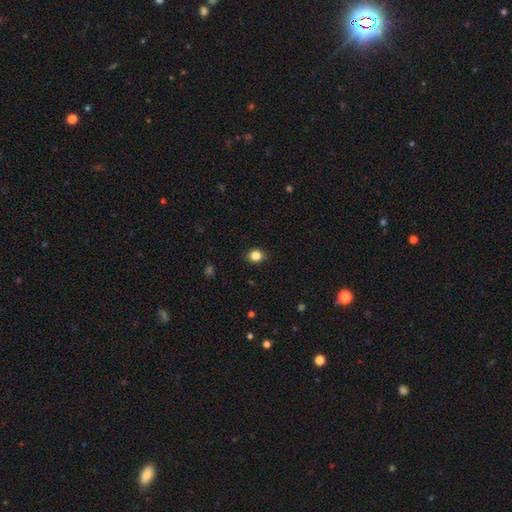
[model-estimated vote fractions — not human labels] A smooth galaxy with no disk features (85%) that is round (66%).

Vote fractions:
- Smooth or featured? smooth: 85% / star or artifact: 11% / featured or disk: 5%
- How rounded? round: 66% / in between: 33% / cigar-shaped: 1%
- Merging? none: 87% / minor disturbance: 9% / major disturbance: 2% / merger: 1%